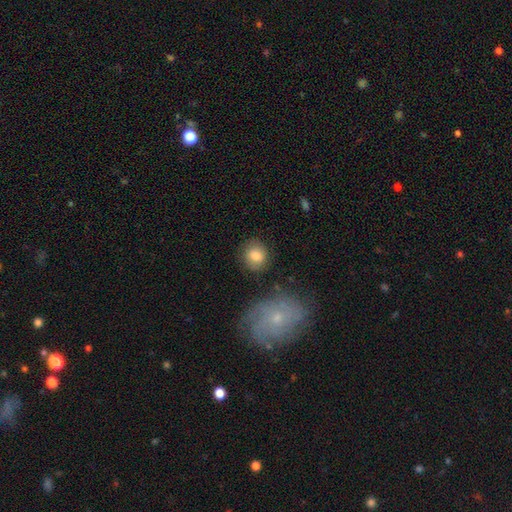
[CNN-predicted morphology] Smooth or featured?
  - smooth: 81% *
  - featured or disk: 11%
  - star or artifact: 8%
How rounded?
  - round: 84% *
  - in between: 15%
  - cigar-shaped: 1%
Merging?
  - none: 85% *
  - minor disturbance: 9%
  - merger: 3%
  - major disturbance: 3%